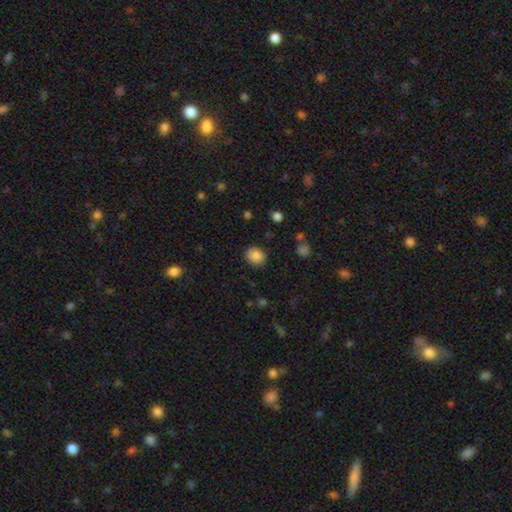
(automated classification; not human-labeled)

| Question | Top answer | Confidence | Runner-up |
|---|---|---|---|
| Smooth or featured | smooth | 83% | star or artifact (10%) |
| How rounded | round | 67% | in between (32%) |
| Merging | none | 87% | minor disturbance (9%) |